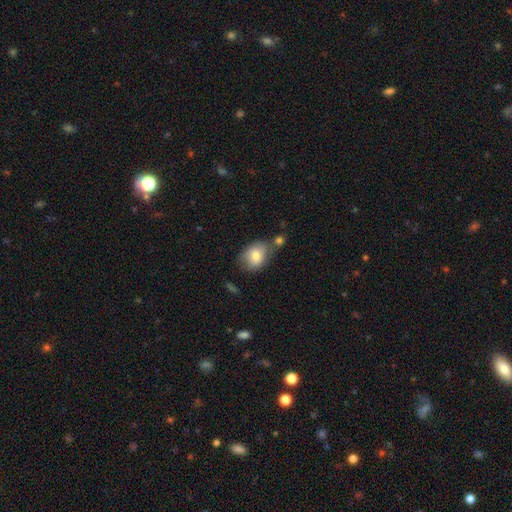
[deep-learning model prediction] Overall: smooth (77%). How rounded: in between (63%; round 35%). Merging: none (54%; minor disturbance 22%).